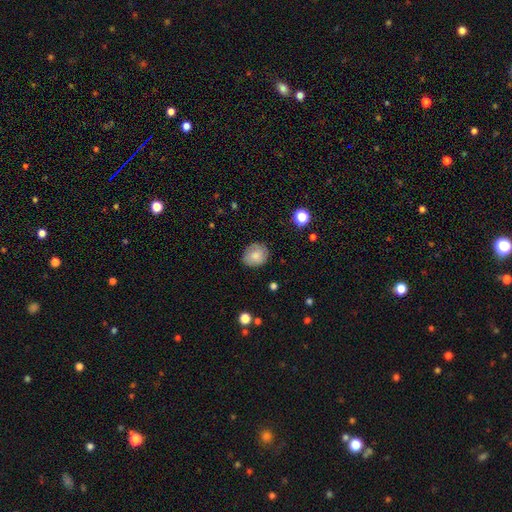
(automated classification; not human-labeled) This is likely a smooth galaxy (77%). How rounded: likely round (71%). Merging: likely none (79%).